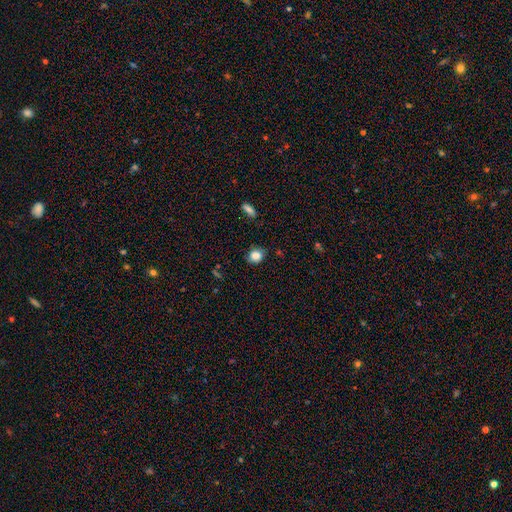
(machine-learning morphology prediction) A smooth galaxy with no disk features (84%) that is round (66%). Merging: none (77%).